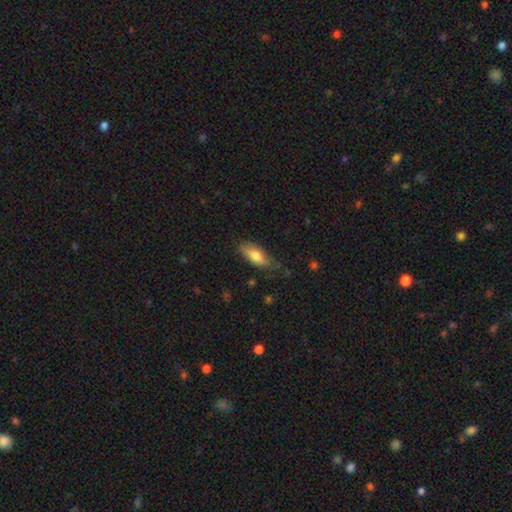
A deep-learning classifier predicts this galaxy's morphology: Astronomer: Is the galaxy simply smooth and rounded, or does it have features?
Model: smooth — 73%.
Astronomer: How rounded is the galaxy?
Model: in between — 67%.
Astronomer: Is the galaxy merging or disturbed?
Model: none — 73%.